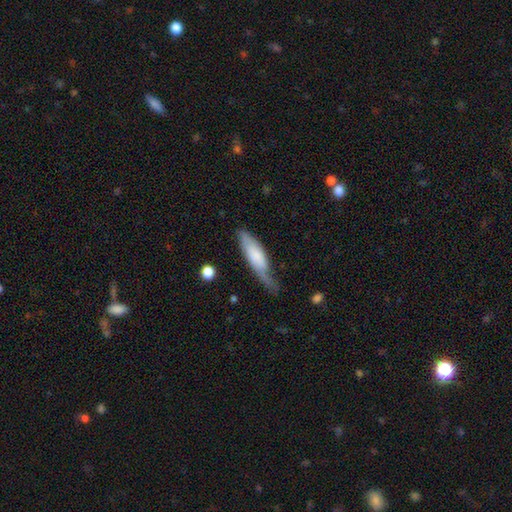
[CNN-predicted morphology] smooth 61%, featured or disk 34%, star or artifact 6%. Down the decision tree: how rounded — cigar-shaped (55%); merging — none (41%).